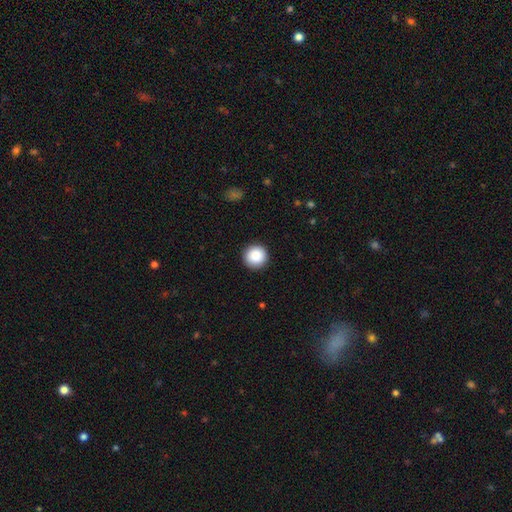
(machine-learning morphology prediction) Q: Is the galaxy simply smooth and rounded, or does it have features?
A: smooth — 88%.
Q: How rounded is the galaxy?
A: round — 96%.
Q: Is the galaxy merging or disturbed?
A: none — 93%.